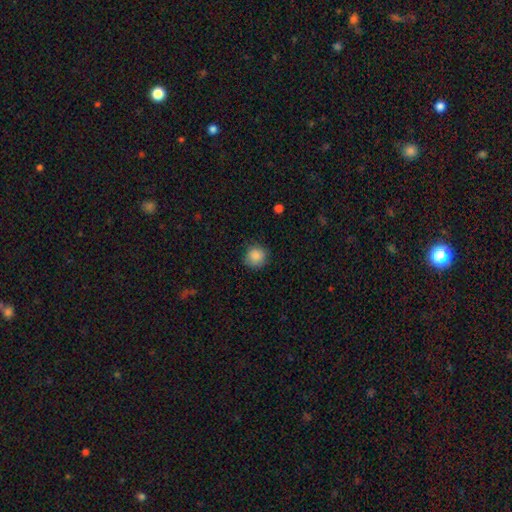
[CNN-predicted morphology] A smooth galaxy with no disk features (87%) that is round (92%).

Vote fractions:
- Smooth or featured? smooth: 87% / star or artifact: 9% / featured or disk: 4%
- How rounded? round: 92% / in between: 7% / cigar-shaped: 1%
- Merging? none: 83% / minor disturbance: 13% / major disturbance: 3% / merger: 1%